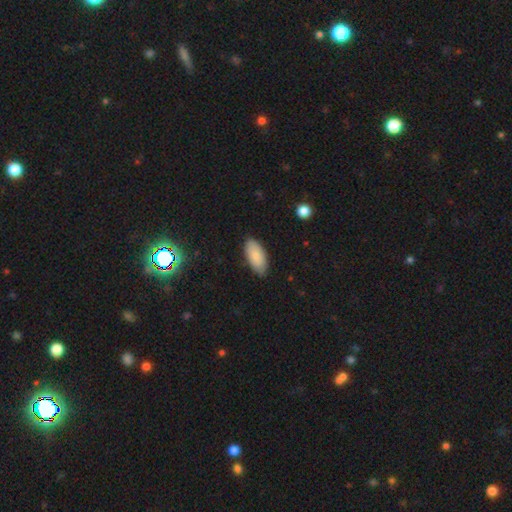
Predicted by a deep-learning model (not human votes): smooth-or-featured: smooth: 85% | featured or disk: 9% | star or artifact: 6%
  how-rounded: in between: 92% | cigar-shaped: 7% | round: 2%
  merging: none: 83% | minor disturbance: 14% | major disturbance: 2% | merger: 1%